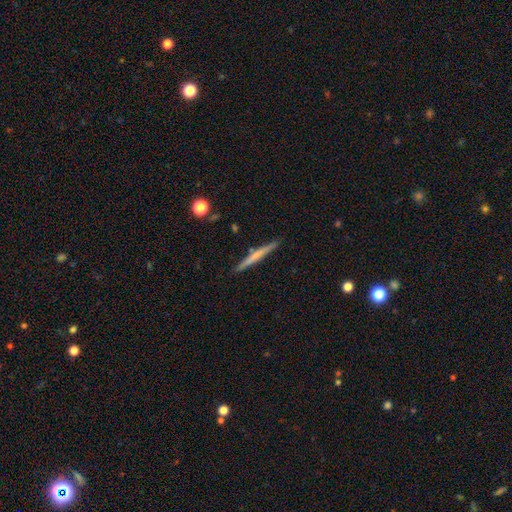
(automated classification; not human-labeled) Q: Smooth or featured?
A: smooth (50%); runner-up: featured or disk (44%)
Q: How rounded?
A: cigar-shaped (96%); runner-up: in between (2%)
Q: Merging?
A: none (89%); runner-up: minor disturbance (7%)